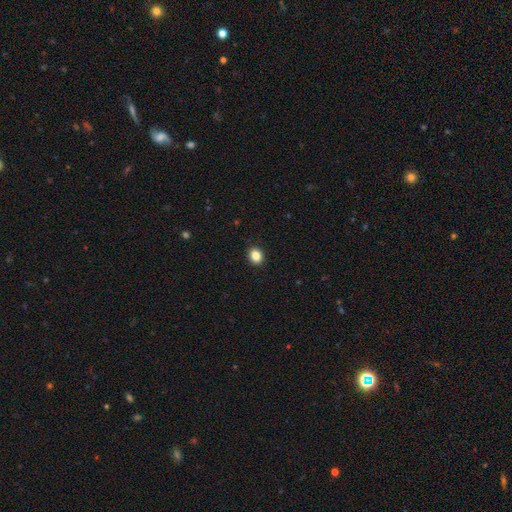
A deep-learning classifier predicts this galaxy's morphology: The model was most divided on "how rounded": round: 58%, in between: 41%, cigar-shaped: 1%. More confident: merging — none (91%); smooth or featured — smooth (86%).